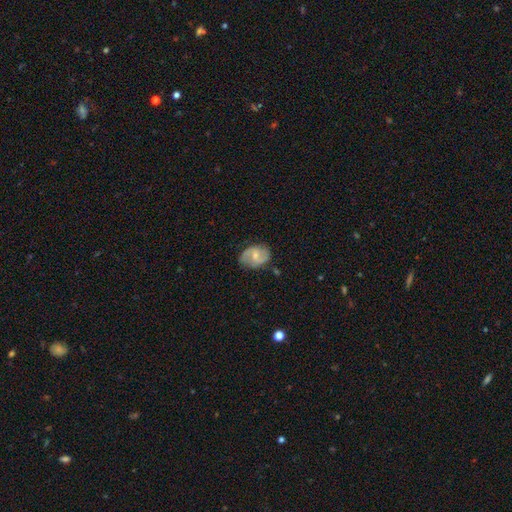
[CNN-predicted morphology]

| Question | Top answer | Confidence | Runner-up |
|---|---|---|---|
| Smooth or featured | featured or disk | 59% | smooth (34%) |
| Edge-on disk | no | 97% | yes (3%) |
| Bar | weak | 47% | no (42%) |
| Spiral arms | yes | 84% | no (16%) |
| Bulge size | moderate | 50% | small (43%) |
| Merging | none | 70% | minor disturbance (23%) |